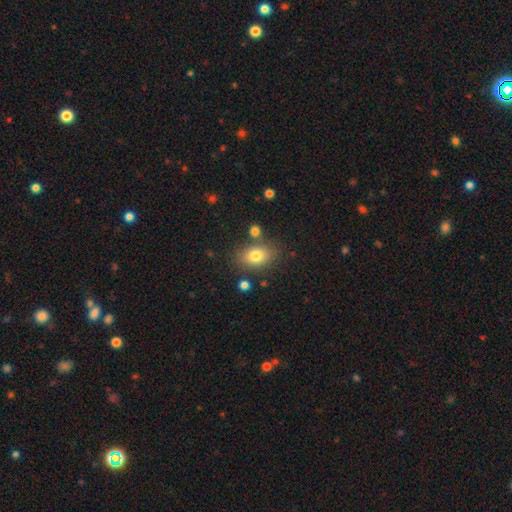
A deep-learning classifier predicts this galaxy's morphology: Smooth or featured: smooth — 79% (featured or disk — 11%)
How rounded: in between — 77% (round — 21%)
Merging: none — 75% (minor disturbance — 13%)